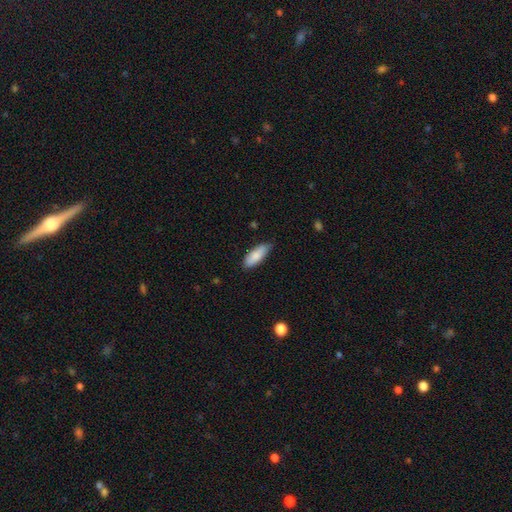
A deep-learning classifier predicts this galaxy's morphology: type=smooth (85%); roundness=in between (69%); merging=none (76%).